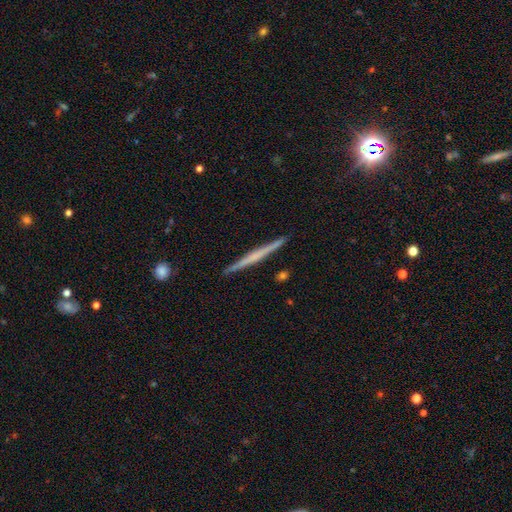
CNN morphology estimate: The model was most divided on "smooth or featured": featured or disk: 63%, smooth: 31%, star or artifact: 6%. More confident: edge-on disk — yes (98%); merging — none (92%); edge-on bulge — none (69%).